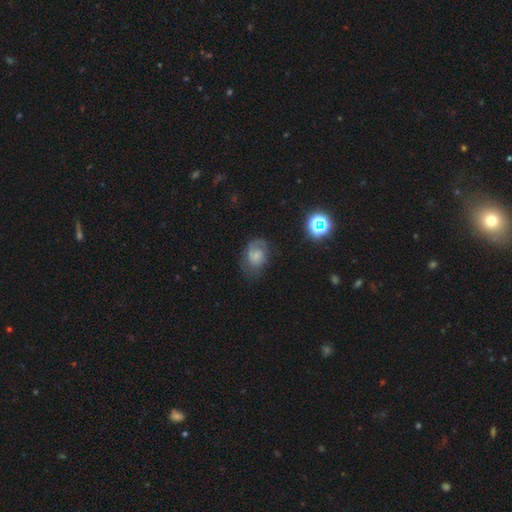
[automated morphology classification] type=smooth (46%); merging=none (51%).